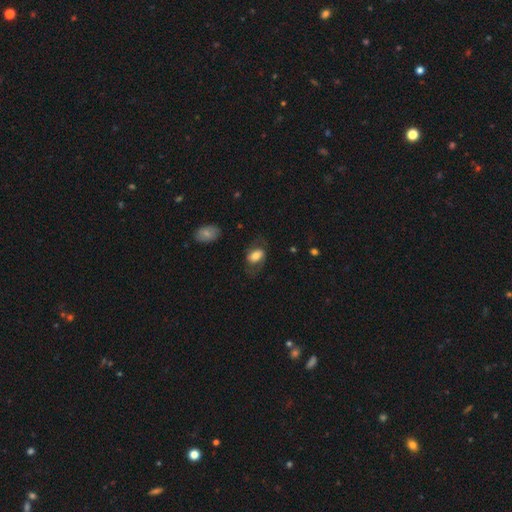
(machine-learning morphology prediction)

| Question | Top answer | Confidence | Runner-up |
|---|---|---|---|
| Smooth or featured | smooth | 64% | featured or disk (29%) |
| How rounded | in between | 84% | round (15%) |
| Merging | none | 62% | minor disturbance (19%) |